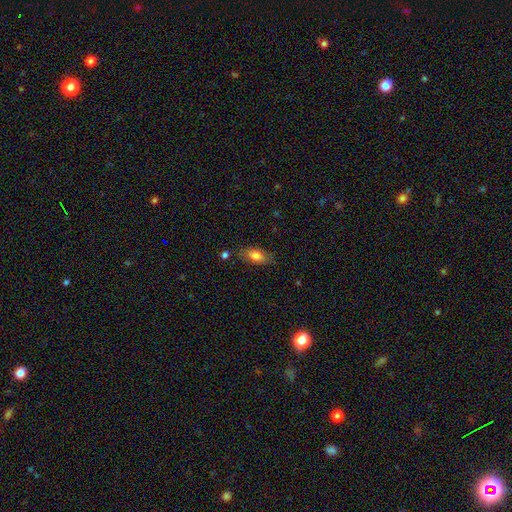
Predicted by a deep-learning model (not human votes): A smooth galaxy with no disk features (76%) that is in between round and cigar-shaped (85%).

Vote fractions:
- Smooth or featured? smooth: 76% / featured or disk: 16% / star or artifact: 8%
- How rounded? in between: 85% / cigar-shaped: 11% / round: 4%
- Merging? none: 79% / minor disturbance: 14% / major disturbance: 3% / merger: 3%